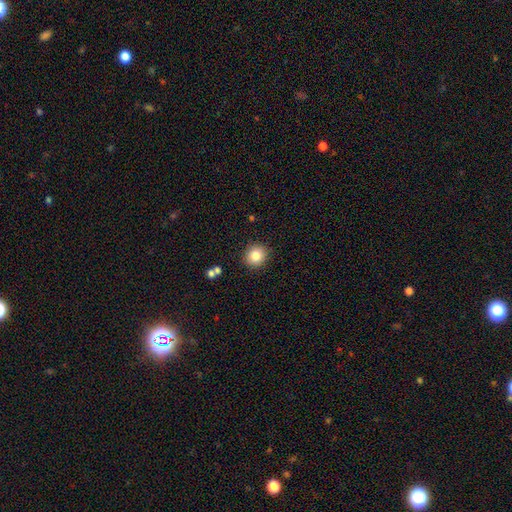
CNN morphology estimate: Smooth or featured? smooth (84%)
How rounded? round (85%)
Merging? none (89%)